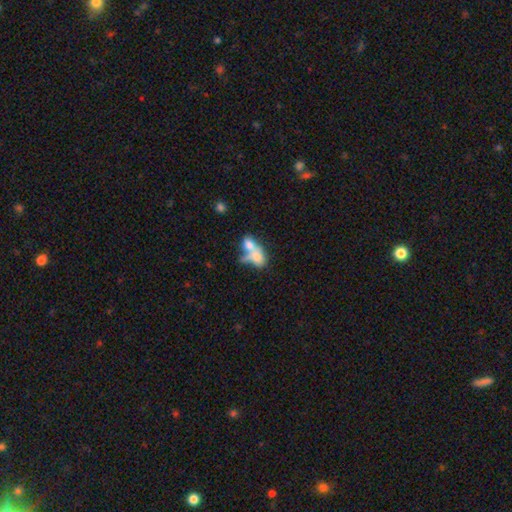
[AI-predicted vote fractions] Smooth or featured? Predicted: smooth (p=0.67). How rounded? Predicted: in between (p=0.77). Merging? Predicted: merger (p=0.71).